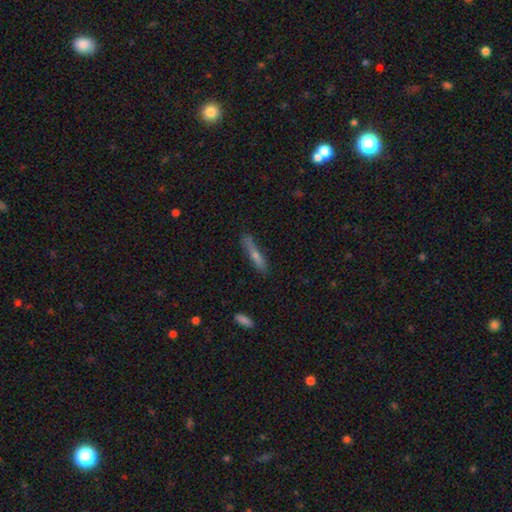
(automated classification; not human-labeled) A smooth galaxy with no disk features (49%). Merging: none (80%).